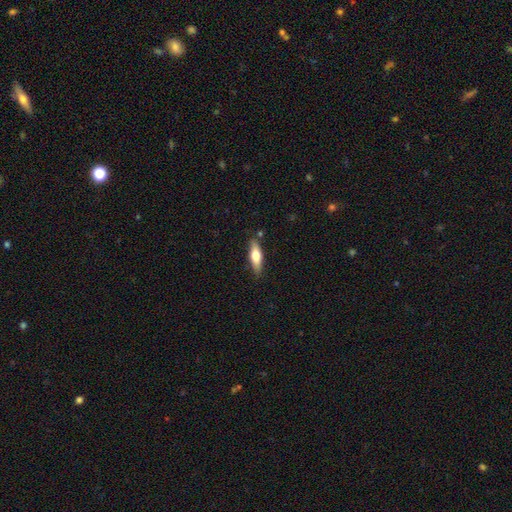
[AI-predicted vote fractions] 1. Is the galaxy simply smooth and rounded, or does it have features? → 59% smooth, 35% featured or disk, 6% star or artifact.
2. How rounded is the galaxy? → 52% cigar-shaped, 46% in between, 2% round.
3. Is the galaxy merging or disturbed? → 82% none, 12% minor disturbance, 3% merger, 2% major disturbance.